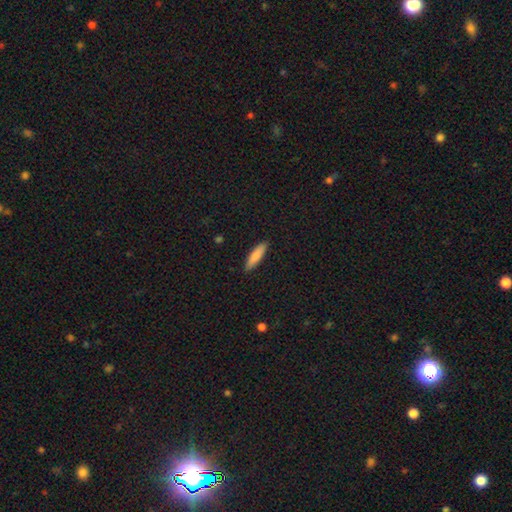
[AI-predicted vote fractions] Smooth or featured?
  - smooth: 84% *
  - featured or disk: 10%
  - star or artifact: 6%
How rounded?
  - cigar-shaped: 72% *
  - in between: 27%
  - round: 1%
Merging?
  - none: 89% *
  - minor disturbance: 8%
  - major disturbance: 2%
  - merger: 1%